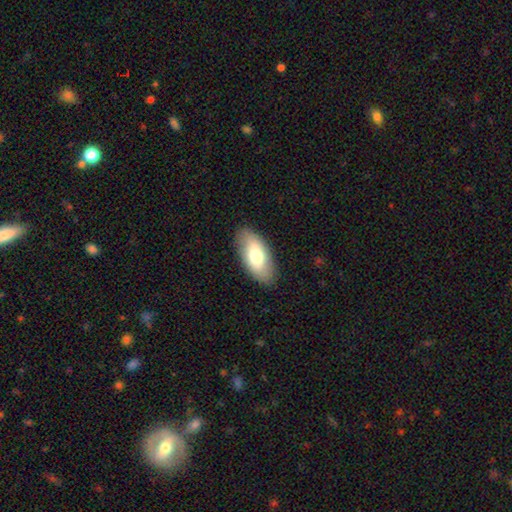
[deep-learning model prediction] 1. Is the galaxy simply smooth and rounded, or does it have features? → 72% smooth, 22% featured or disk, 6% star or artifact.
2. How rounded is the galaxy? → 89% in between, 8% cigar-shaped, 2% round.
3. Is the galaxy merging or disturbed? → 86% none, 10% minor disturbance, 3% major disturbance, 1% merger.